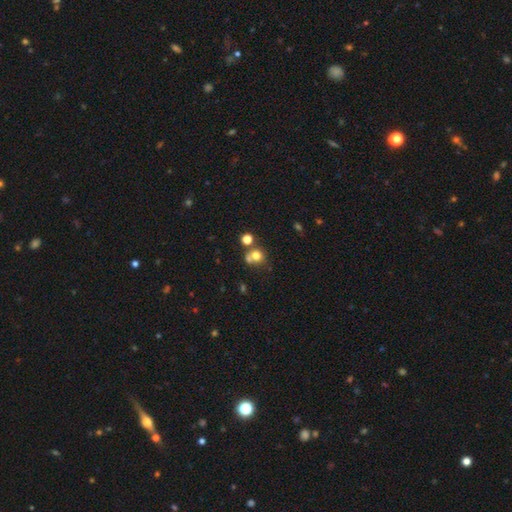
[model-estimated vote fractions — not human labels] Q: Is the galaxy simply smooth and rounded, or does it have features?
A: smooth — 72%.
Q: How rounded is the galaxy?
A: round — 82%.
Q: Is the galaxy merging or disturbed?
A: none — 50%.